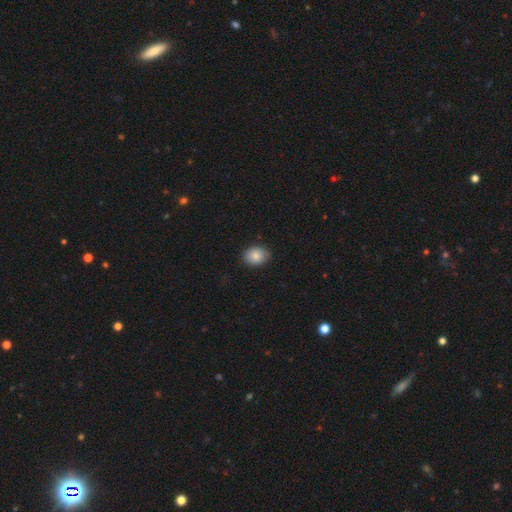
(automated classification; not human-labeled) A smooth galaxy with no disk features (86%) that is in between round and cigar-shaped (55%).

Vote fractions:
- Smooth or featured? smooth: 86% / star or artifact: 8% / featured or disk: 6%
- How rounded? in between: 55% / round: 44% / cigar-shaped: 1%
- Merging? none: 83% / minor disturbance: 13% / major disturbance: 2% / merger: 1%